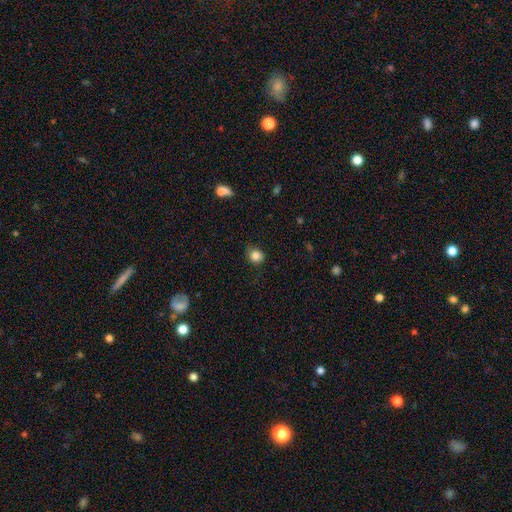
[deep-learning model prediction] smooth 84%, star or artifact 10%, featured or disk 5%. Down the decision tree: how rounded — round (75%); merging — none (76%).